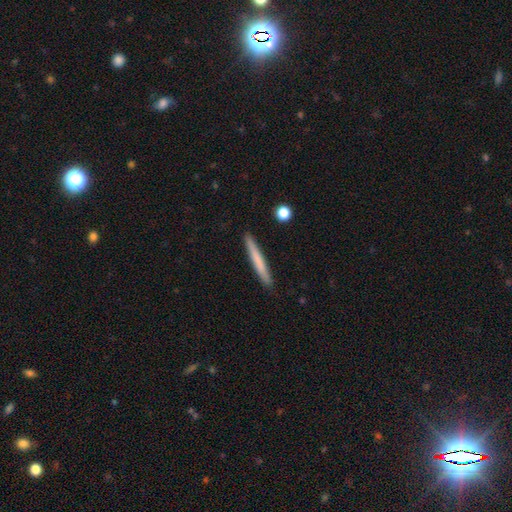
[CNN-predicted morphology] smooth-or-featured: smooth: 68% | featured or disk: 26% | star or artifact: 6%
  how-rounded: cigar-shaped: 97% | in between: 2% | round: 1%
  merging: none: 91% | minor disturbance: 6% | merger: 1% | major disturbance: 1%